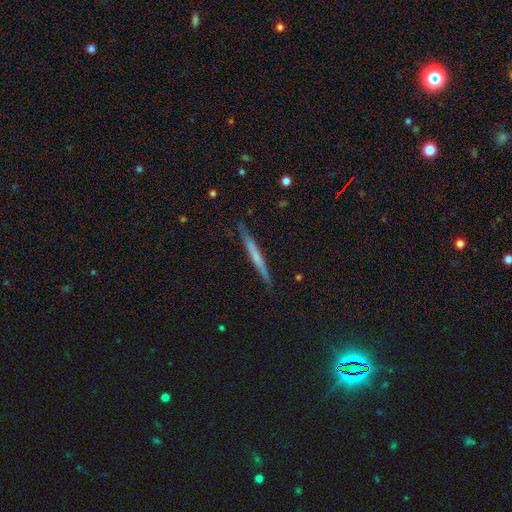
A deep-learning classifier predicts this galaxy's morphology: smooth 47%, featured or disk 46%, star or artifact 7%. Down the decision tree: merging — none (87%).